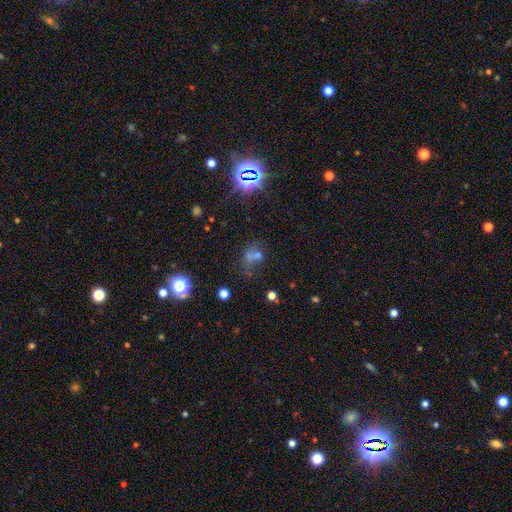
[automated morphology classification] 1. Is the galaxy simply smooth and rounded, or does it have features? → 43% star or artifact, 40% smooth, 17% featured or disk.